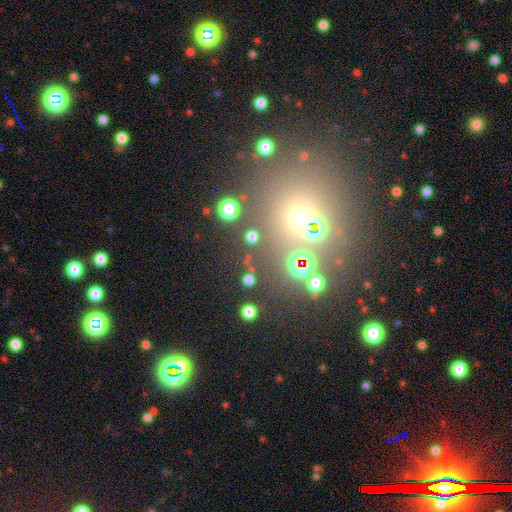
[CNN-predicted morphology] Smooth or featured: star or artifact — 55% (smooth — 32%)